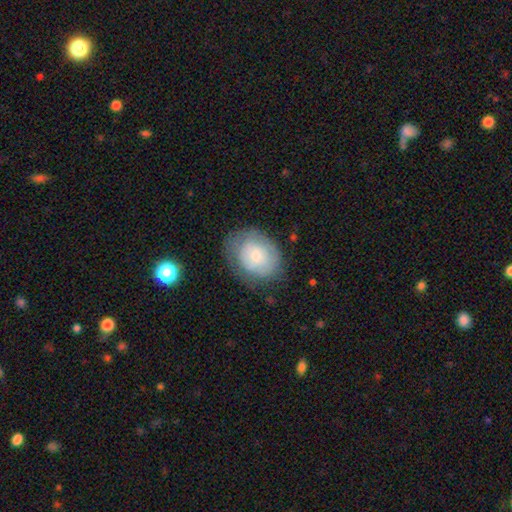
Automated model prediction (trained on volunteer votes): This appears to be a smooth galaxy with no disk features (60%) that is in between round and cigar-shaped (56%). Merging: none (68%).